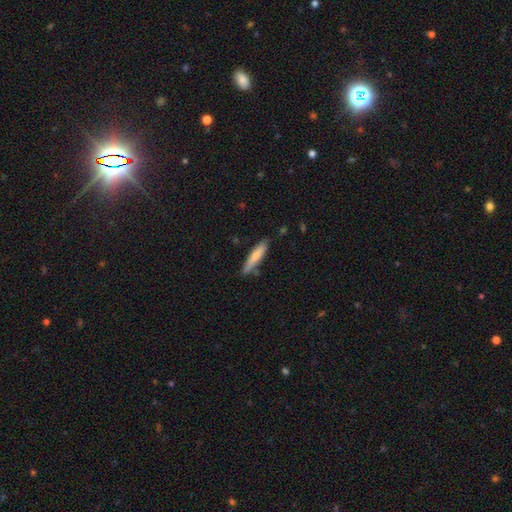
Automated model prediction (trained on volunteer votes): This appears to be a smooth galaxy with no disk features (72%) that is cigar-shaped (84%). Merging: none (77%).